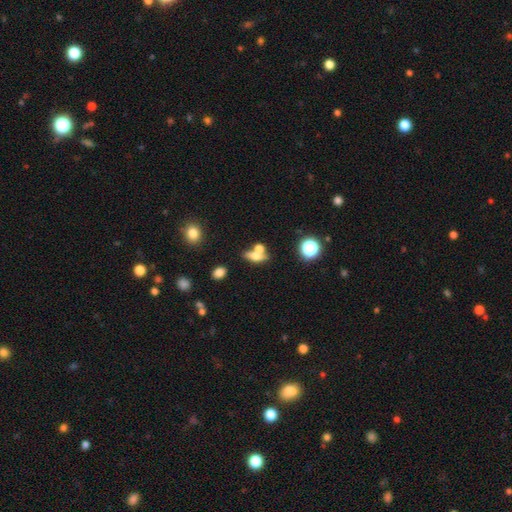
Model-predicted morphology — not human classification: A smooth galaxy with no disk features (57%) that is in between round and cigar-shaped (55%).

Vote fractions:
- Smooth or featured? smooth: 57% / featured or disk: 30% / star or artifact: 13%
- How rounded? in between: 55% / cigar-shaped: 27% / round: 18%
- Merging? none: 44% / merger: 40% / minor disturbance: 11% / major disturbance: 5%